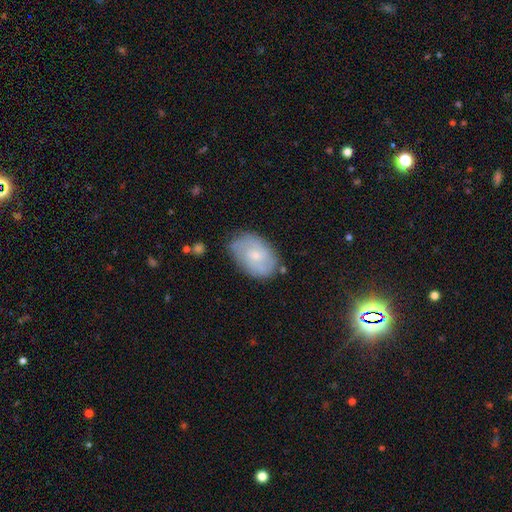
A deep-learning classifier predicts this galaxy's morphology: Smooth or featured? Predicted: featured or disk (p=0.53). Edge-on disk? Predicted: no (p=0.96). Bar? Predicted: no (p=0.68). Spiral arms? Predicted: yes (p=0.79). Bulge size? Predicted: small (p=0.70). Merging? Predicted: none (p=0.72).